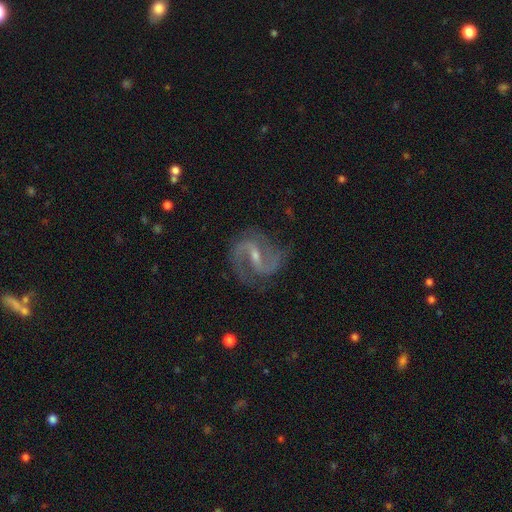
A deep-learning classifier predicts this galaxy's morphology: This appears to be a featured or disk galaxy (91%) with a weak bar (47%), 2 (92%) medium (60%) spiral arms (98%) and a small central bulge (62%). Merging: none (77%).